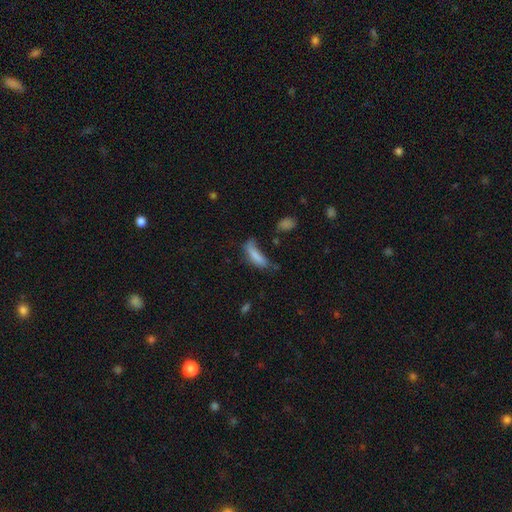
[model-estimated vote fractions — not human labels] Smooth or featured?
  - smooth: 77% *
  - featured or disk: 14%
  - star or artifact: 9%
How rounded?
  - cigar-shaped: 55% *
  - in between: 43%
  - round: 2%
Merging?
  - none: 37% *
  - minor disturbance: 31%
  - major disturbance: 23%
  - merger: 9%